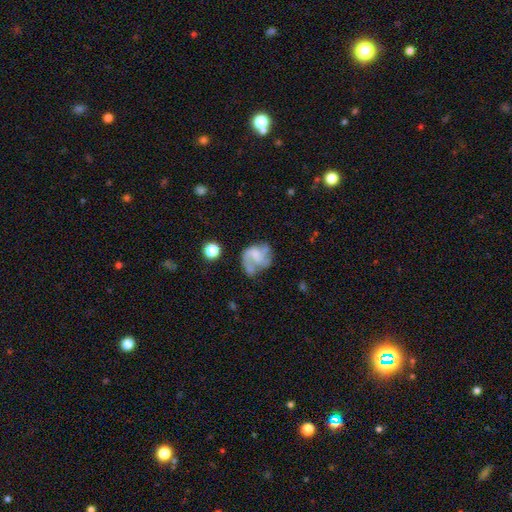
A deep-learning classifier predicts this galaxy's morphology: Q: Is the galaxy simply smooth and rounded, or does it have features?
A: featured or disk — 66%.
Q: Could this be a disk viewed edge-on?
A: no — 98%.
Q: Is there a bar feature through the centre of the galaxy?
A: no — 59%.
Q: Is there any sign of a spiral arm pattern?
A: yes — 82%.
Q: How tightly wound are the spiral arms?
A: medium — 45%.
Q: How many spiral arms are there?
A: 2 — 38%.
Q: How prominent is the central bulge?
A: none — 45%.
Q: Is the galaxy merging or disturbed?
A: none — 47%.